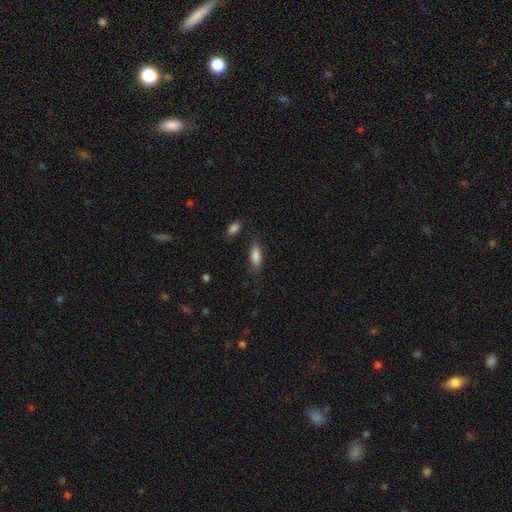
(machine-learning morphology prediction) smooth-or-featured: smooth: 83% | featured or disk: 9% | star or artifact: 7%
  how-rounded: in between: 63% | cigar-shaped: 35% | round: 2%
  merging: none: 76% | minor disturbance: 16% | major disturbance: 5% | merger: 2%